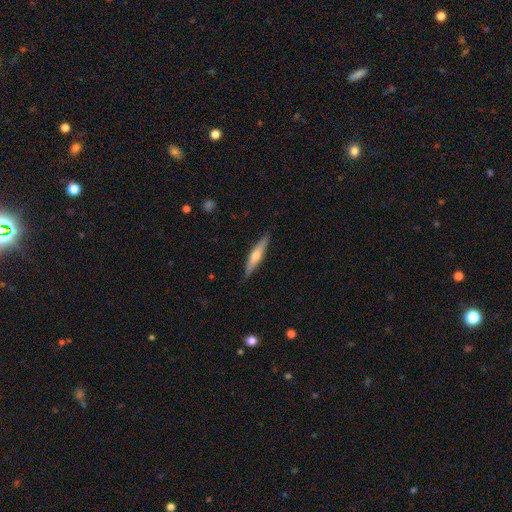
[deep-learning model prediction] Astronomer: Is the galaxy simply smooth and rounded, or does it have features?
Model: featured or disk — 55% (runner-up: smooth, 39%).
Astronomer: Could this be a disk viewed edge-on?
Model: yes — 95%.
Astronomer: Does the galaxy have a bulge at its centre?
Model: rounded — 89%.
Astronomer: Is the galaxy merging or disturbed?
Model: none — 89%.